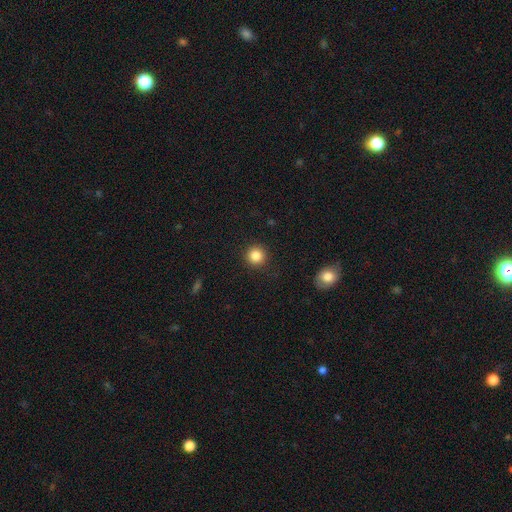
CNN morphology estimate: This appears to be a smooth galaxy with no disk features (85%) that is round (94%). Merging: none (91%).